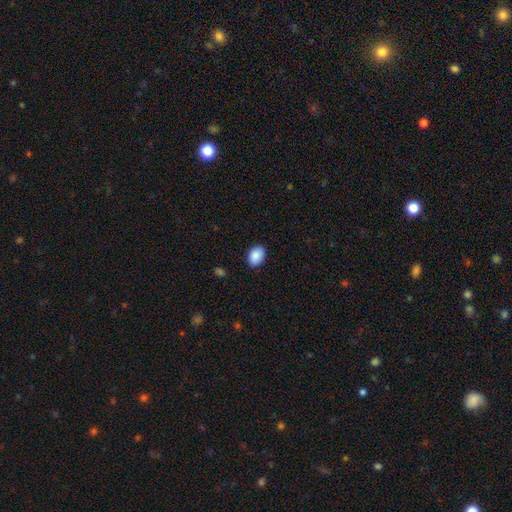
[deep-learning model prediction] A smooth galaxy with no disk features (89%) that is in between round and cigar-shaped (82%). Merging: none (88%).